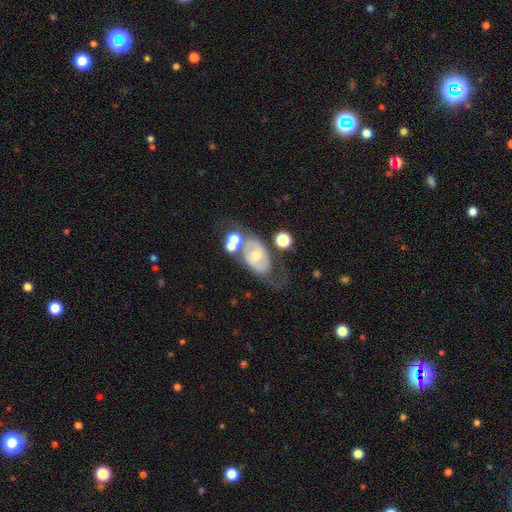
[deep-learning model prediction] This appears to be a featured or disk galaxy (57%) with no bar (81%), no spiral arms (72%) and a moderate central bulge (63%). Merging: none (45%).